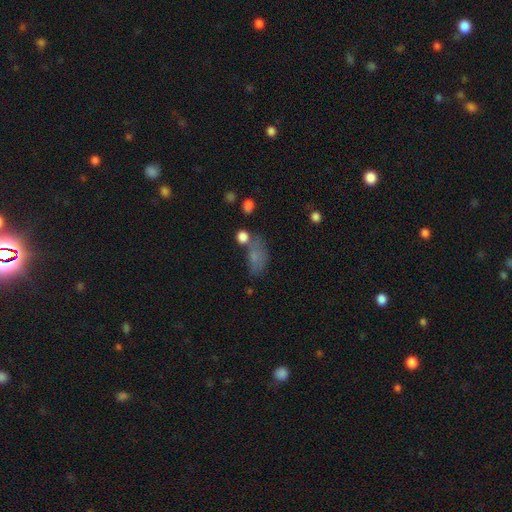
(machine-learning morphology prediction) smooth 67%, star or artifact 17%, featured or disk 16%. Down the decision tree: how rounded — in between (84%); merging — none (45%).